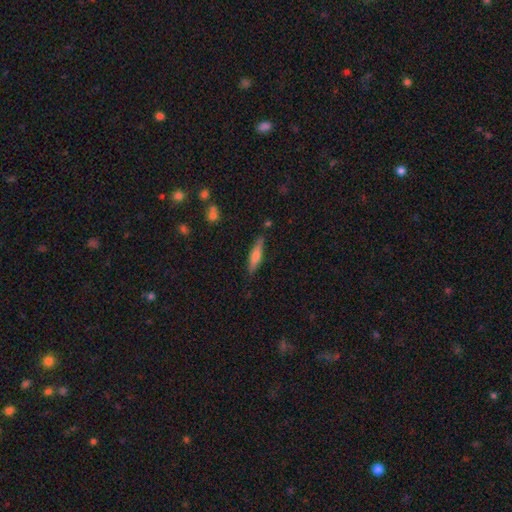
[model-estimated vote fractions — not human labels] Smooth or featured? smooth (57%)
How rounded? cigar-shaped (79%)
Merging? none (84%)